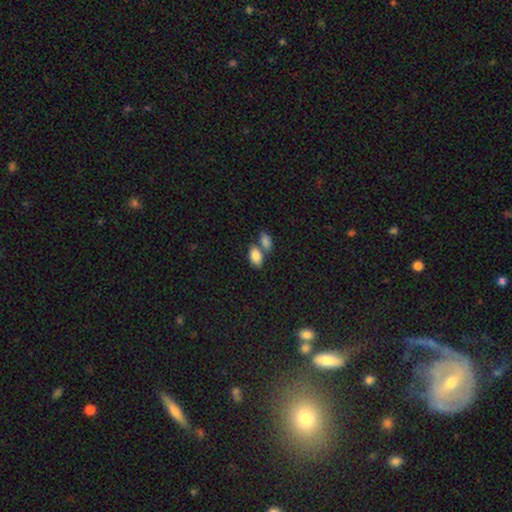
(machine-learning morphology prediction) This appears to be a smooth galaxy with no disk features (84%) that is in between round and cigar-shaped (91%). Merging: none (43%, tied with merger).